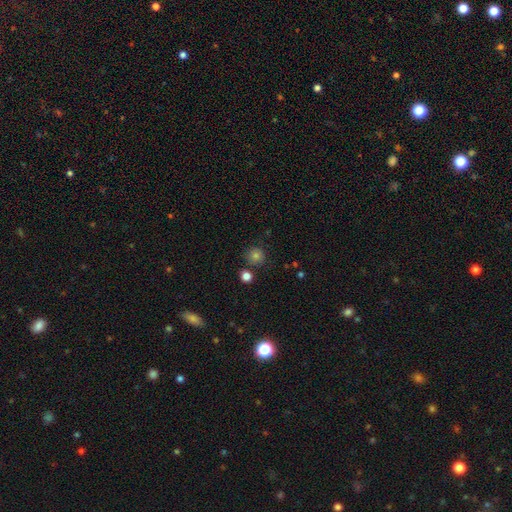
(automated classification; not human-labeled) A smooth galaxy with no disk features (77%) that is round (93%).

Vote fractions:
- Smooth or featured? smooth: 77% / star or artifact: 16% / featured or disk: 7%
- How rounded? round: 93% / in between: 6% / cigar-shaped: 1%
- Merging? none: 83% / minor disturbance: 8% / merger: 6% / major disturbance: 3%